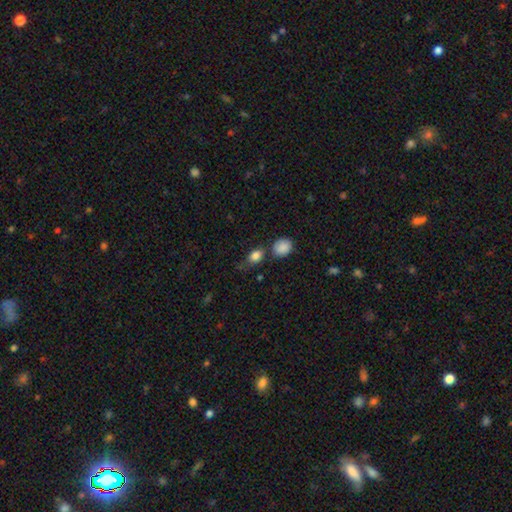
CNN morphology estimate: type=smooth (85%); roundness=in between (65%); merging=none (58%).